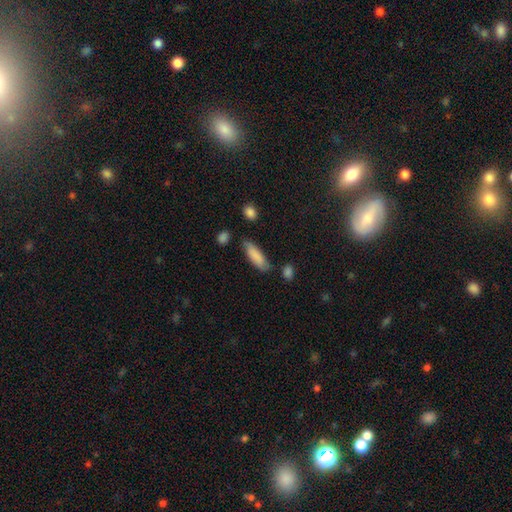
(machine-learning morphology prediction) type=smooth (85%); roundness=cigar-shaped (49%, tied with in between); merging=none (74%).